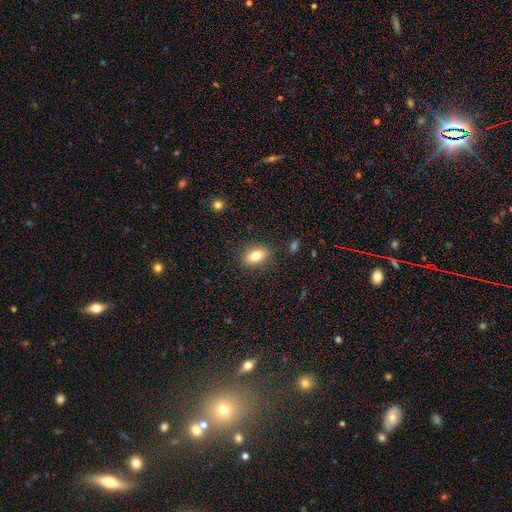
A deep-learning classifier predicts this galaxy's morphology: The model was most divided on "how rounded": in between: 81%, round: 16%, cigar-shaped: 3%. More confident: merging — none (86%); smooth or featured — smooth (79%).